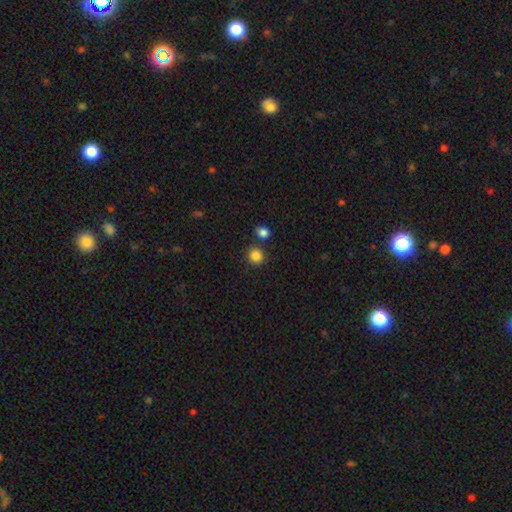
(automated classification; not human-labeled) Smooth or featured: smooth — 85% (star or artifact — 11%)
How rounded: round — 90% (in between — 9%)
Merging: none — 81% (merger — 9%)